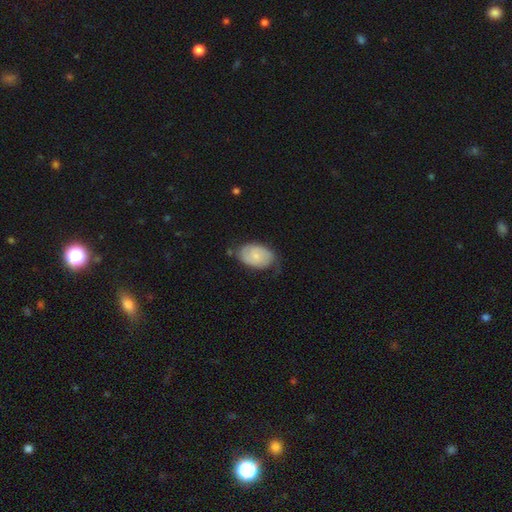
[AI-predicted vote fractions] Smooth or featured? smooth (55%)
How rounded? in between (91%)
Merging? none (54%)